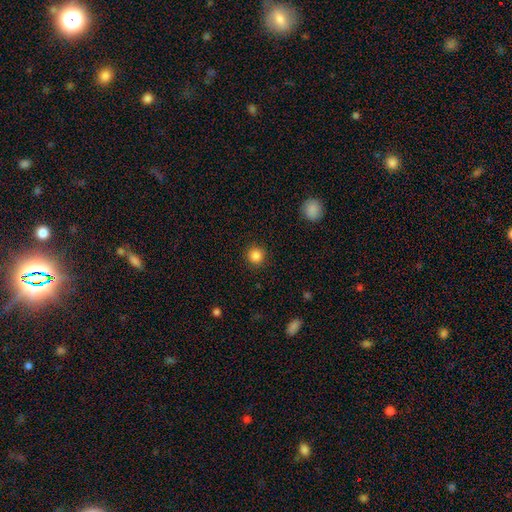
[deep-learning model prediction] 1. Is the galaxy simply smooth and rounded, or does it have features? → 86% smooth, 11% star or artifact, 3% featured or disk.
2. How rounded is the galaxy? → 94% round, 5% in between, 1% cigar-shaped.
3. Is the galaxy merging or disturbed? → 91% none, 6% minor disturbance, 2% major disturbance, 1% merger.